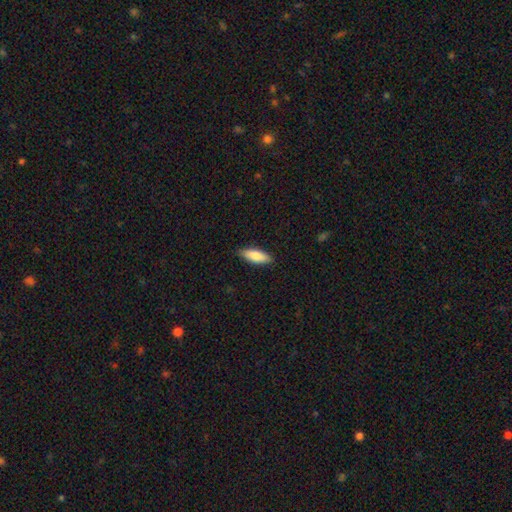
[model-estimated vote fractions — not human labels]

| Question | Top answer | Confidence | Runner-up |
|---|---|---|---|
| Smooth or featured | smooth | 82% | featured or disk (13%) |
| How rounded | in between | 67% | cigar-shaped (32%) |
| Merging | none | 88% | minor disturbance (10%) |